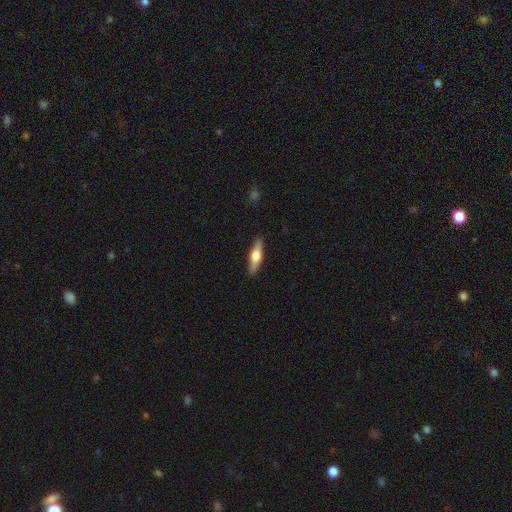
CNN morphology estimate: A smooth galaxy with no disk features (53%) that is cigar-shaped (69%). Merging: none (89%).